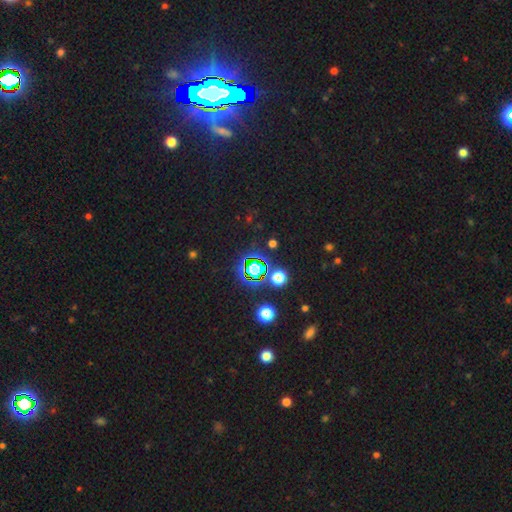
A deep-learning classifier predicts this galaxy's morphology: Smooth or featured: star or artifact — 81% (smooth — 11%)